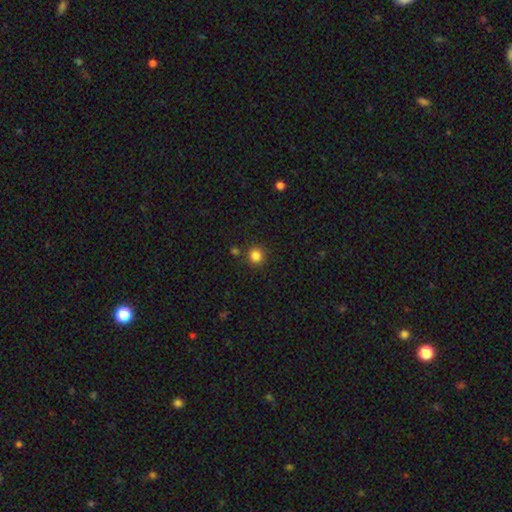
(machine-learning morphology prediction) Smooth or featured?
  - smooth: 84% *
  - star or artifact: 12%
  - featured or disk: 4%
How rounded?
  - round: 92% *
  - in between: 7%
  - cigar-shaped: 1%
Merging?
  - none: 86% *
  - minor disturbance: 7%
  - merger: 5%
  - major disturbance: 2%